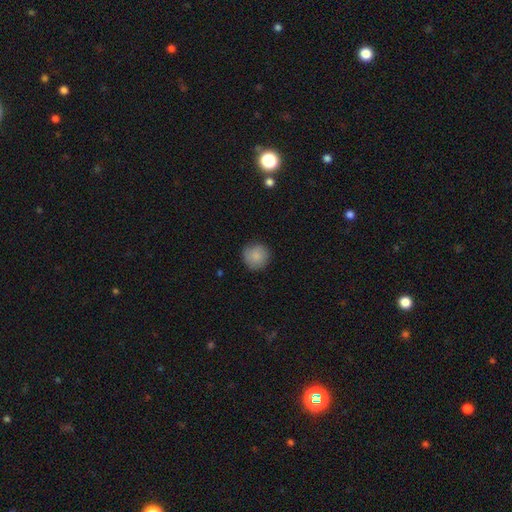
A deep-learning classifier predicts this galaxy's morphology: Overall: smooth (87%). How rounded: round (95%). Merging: none (86%).